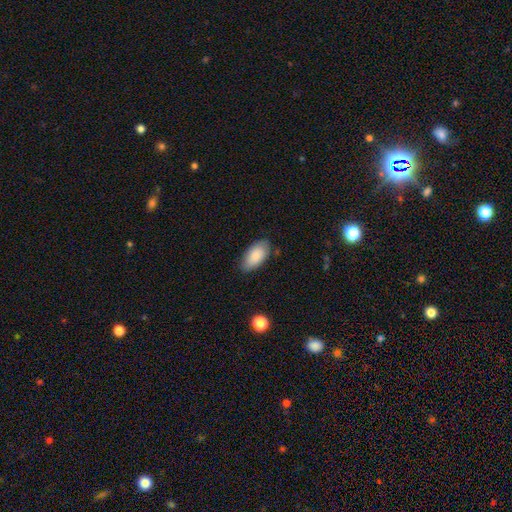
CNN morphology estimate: Smooth or featured?
  - smooth: 85% *
  - featured or disk: 8%
  - star or artifact: 6%
How rounded?
  - in between: 94% *
  - cigar-shaped: 4%
  - round: 2%
Merging?
  - none: 77% *
  - minor disturbance: 18%
  - major disturbance: 3%
  - merger: 2%